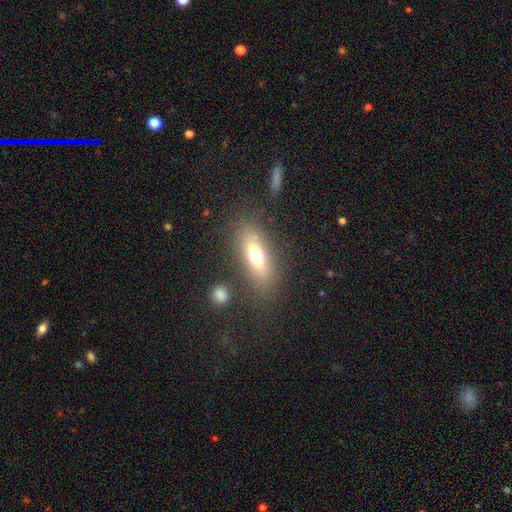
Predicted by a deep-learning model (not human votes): smooth_or_featured: smooth (p=0.64) [alt: featured or disk p=0.26]
how_rounded: in between (p=0.61) [alt: cigar-shaped p=0.34]
merging: none (p=0.78) [alt: minor disturbance p=0.12]